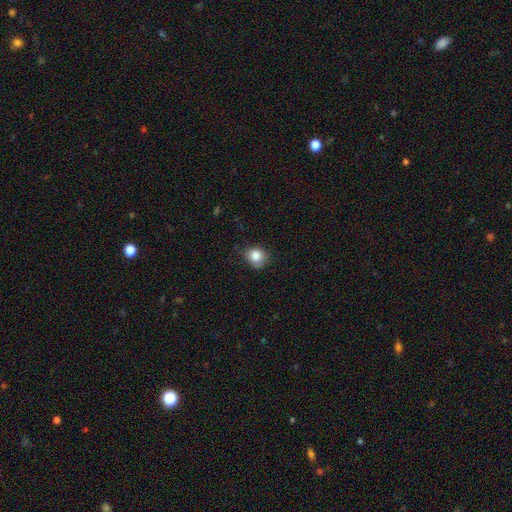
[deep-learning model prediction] Smooth or featured? smooth (84%)
How rounded? round (75%)
Merging? none (65%)